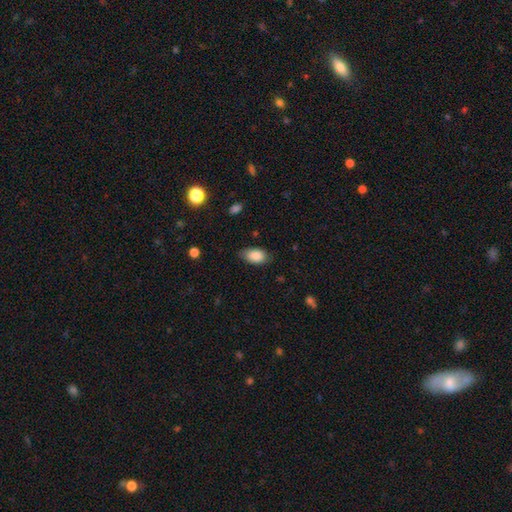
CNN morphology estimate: This appears to be a smooth galaxy with no disk features (87%) that is in between round and cigar-shaped (92%). Merging: none (76%).